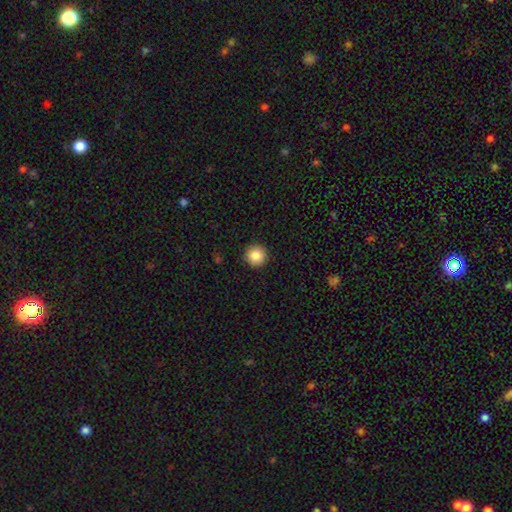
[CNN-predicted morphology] The model was most divided on "smooth or featured": smooth: 85%, star or artifact: 9%, featured or disk: 6%. More confident: how rounded — round (96%); merging — none (93%).